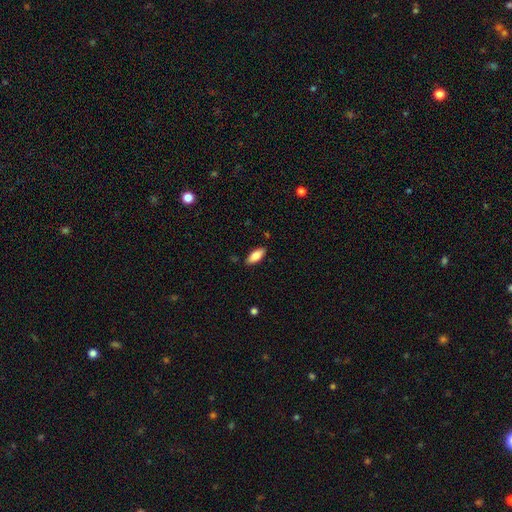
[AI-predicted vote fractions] Smooth or featured? Predicted: smooth (p=0.79). How rounded? Predicted: in between (p=0.82). Merging? Predicted: none (p=0.86).